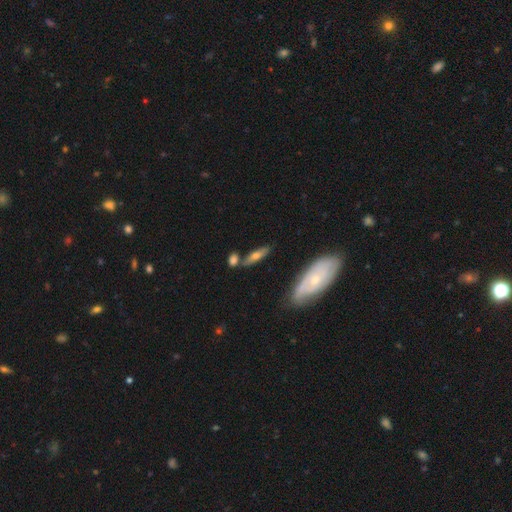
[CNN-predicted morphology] type=smooth (47%); merging=none (70%).